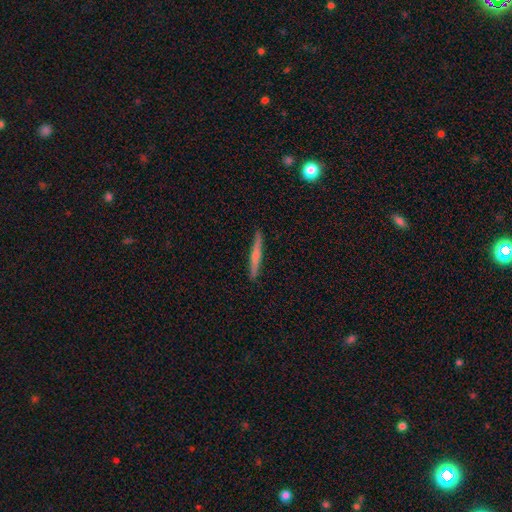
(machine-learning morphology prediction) smooth 51%, featured or disk 43%, star or artifact 6%. Down the decision tree: how rounded — cigar-shaped (96%); merging — none (91%).